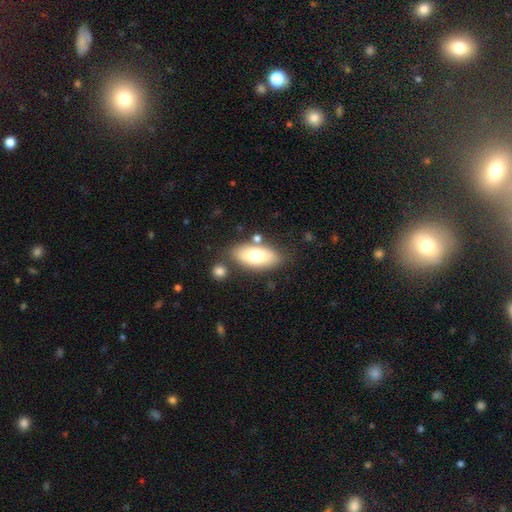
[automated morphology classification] smooth_or_featured: smooth (p=0.72) [alt: featured or disk p=0.21]
how_rounded: in between (p=0.87) [alt: cigar-shaped p=0.10]
merging: none (p=0.74) [alt: minor disturbance p=0.13]